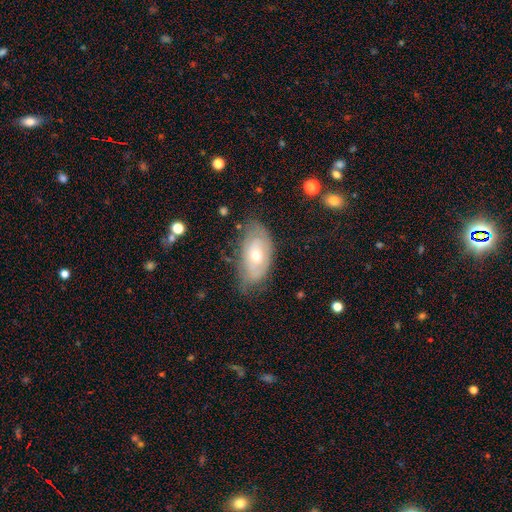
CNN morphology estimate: Smooth or featured: featured or disk — 55% (smooth — 38%)
Edge-on disk: no — 88% (yes — 12%)
Merging: none — 64% (minor disturbance — 26%)